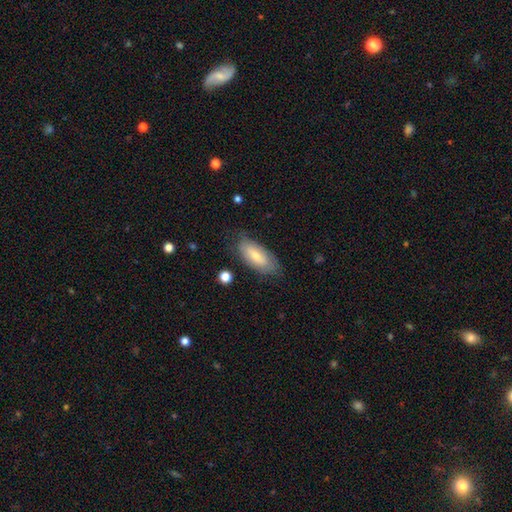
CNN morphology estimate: Smooth or featured? Predicted: smooth (p=0.68). How rounded? Predicted: in between (p=0.86). Merging? Predicted: none (p=0.74).